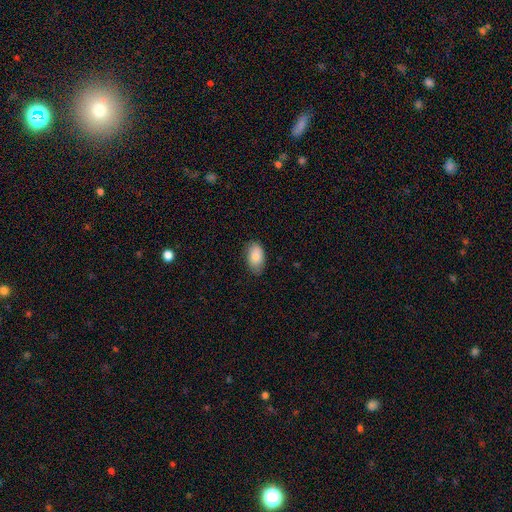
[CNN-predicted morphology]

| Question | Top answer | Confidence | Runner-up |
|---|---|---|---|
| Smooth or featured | smooth | 87% | star or artifact (6%) |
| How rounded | in between | 93% | round (5%) |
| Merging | none | 78% | minor disturbance (18%) |